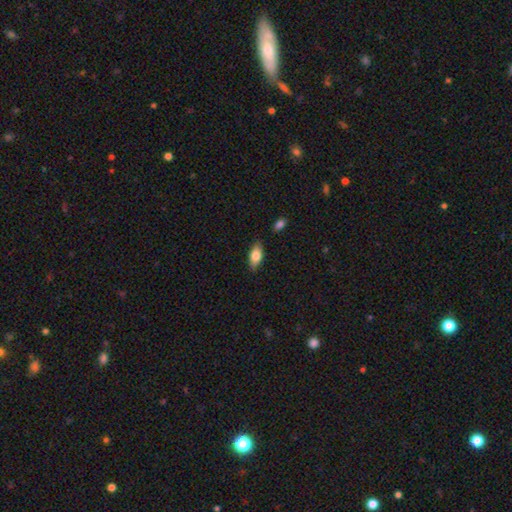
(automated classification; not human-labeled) Smooth or featured? Predicted: smooth (p=0.77). How rounded? Predicted: in between (p=0.86). Merging? Predicted: none (p=0.85).